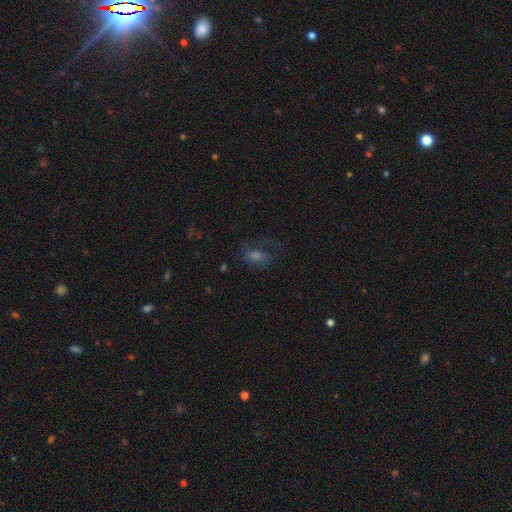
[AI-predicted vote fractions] smooth-or-featured: smooth: 42% | featured or disk: 34% | star or artifact: 24%
  merging: none: 51% | major disturbance: 28% | minor disturbance: 19% | merger: 2%